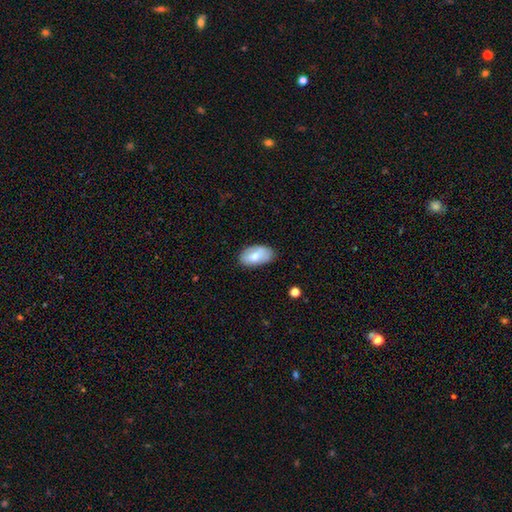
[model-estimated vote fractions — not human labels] This appears to be a smooth galaxy with no disk features (76%) that is in between round and cigar-shaped (94%). Merging: none (75%).